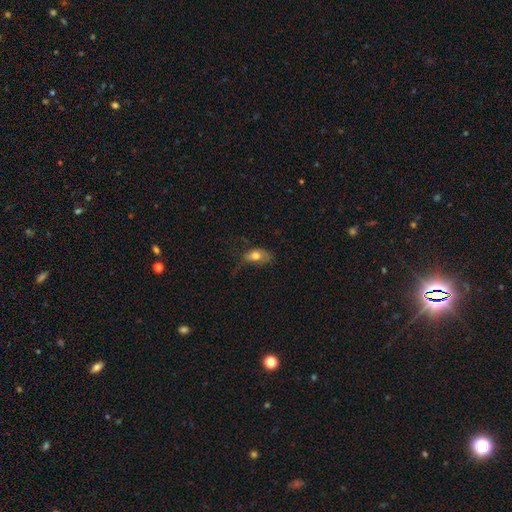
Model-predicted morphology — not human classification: smooth-or-featured: smooth: 74% | featured or disk: 18% | star or artifact: 9%
  how-rounded: in between: 85% | round: 12% | cigar-shaped: 4%
  merging: minor disturbance: 35% | none: 33% | major disturbance: 30% | merger: 3%